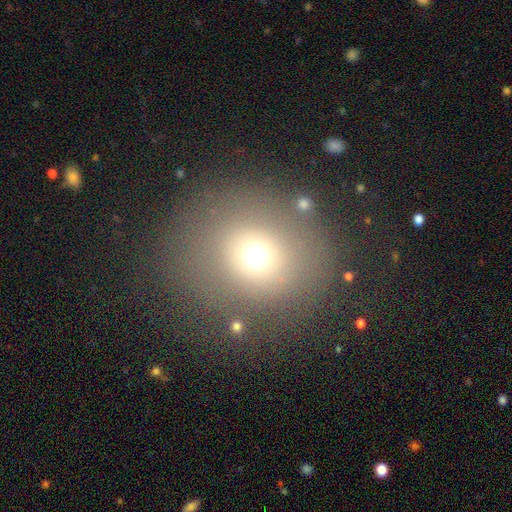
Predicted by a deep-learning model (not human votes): A smooth galaxy with no disk features (68%) that is round (81%). Merging: none (79%).